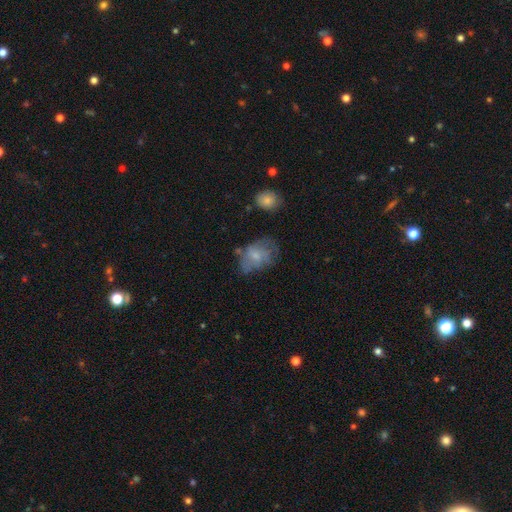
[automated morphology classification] Smooth or featured: smooth — 50% (featured or disk — 41%)
Merging: none — 43% (minor disturbance — 30%)